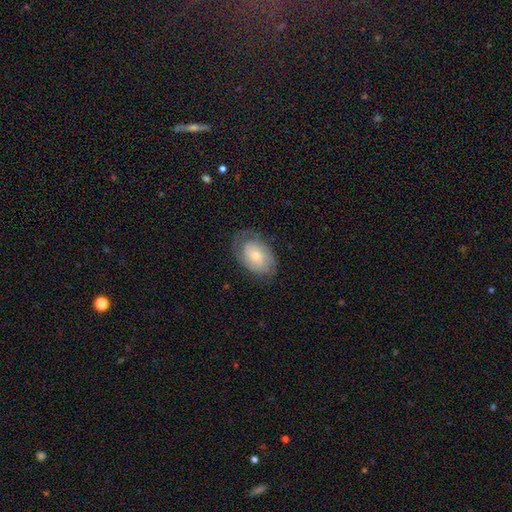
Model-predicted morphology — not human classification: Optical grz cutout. It shows a featured or disk galaxy (55%) with no bar (66%), spiral arms (79%) and a moderate central bulge (50%). Merging: none (68%).